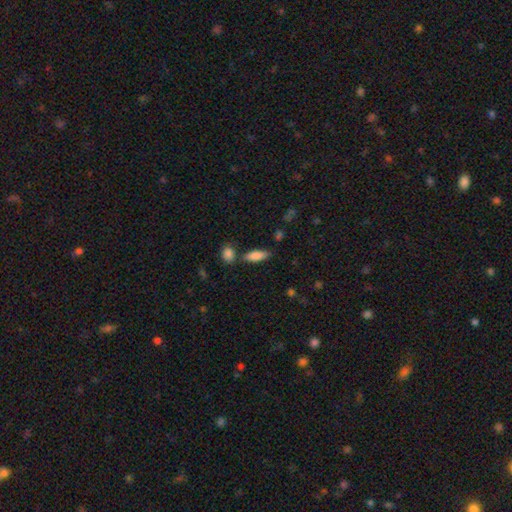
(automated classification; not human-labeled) Smooth or featured?
  - smooth: 85% *
  - featured or disk: 9%
  - star or artifact: 7%
How rounded?
  - in between: 65% *
  - cigar-shaped: 32%
  - round: 2%
Merging?
  - none: 71% *
  - minor disturbance: 14%
  - merger: 11%
  - major disturbance: 4%